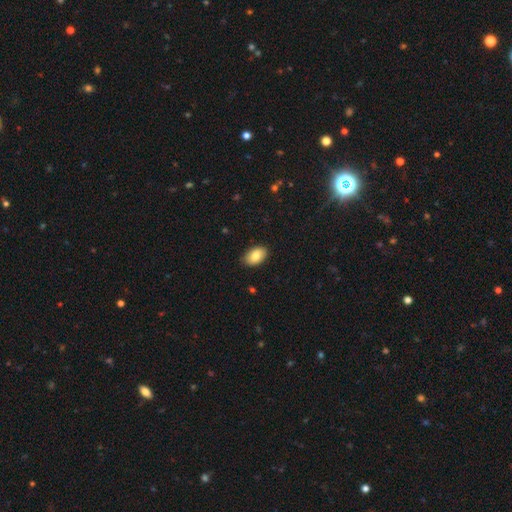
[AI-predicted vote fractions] Overall: smooth (83%). How rounded: in between (92%). Merging: none (87%).